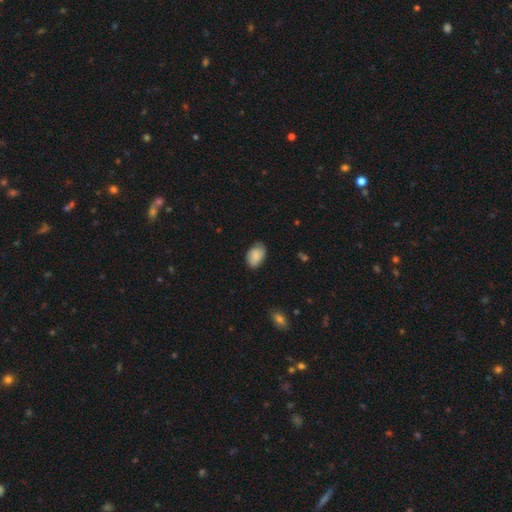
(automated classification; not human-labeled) smooth_or_featured: smooth (p=0.83) [alt: featured or disk p=0.11]
how_rounded: in between (p=0.89) [alt: round p=0.09]
merging: none (p=0.74) [alt: minor disturbance p=0.21]